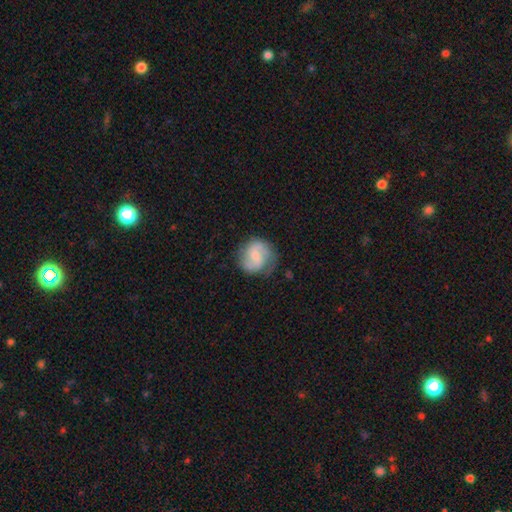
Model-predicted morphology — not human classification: This appears to be a featured or disk galaxy (63%) with a weak bar (49%), 2 (86%) medium (48%) spiral arms (91%) and a small central bulge (48%). Merging: none (72%).